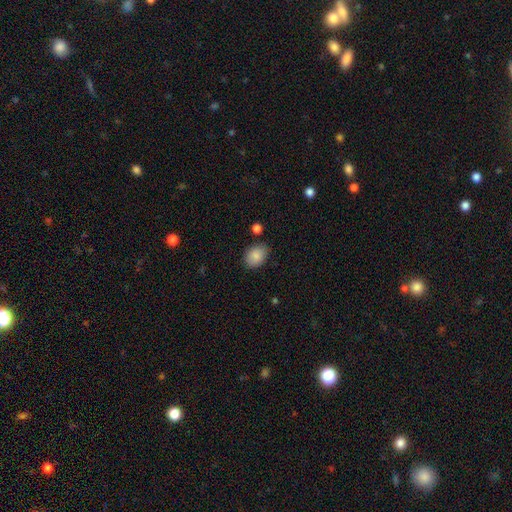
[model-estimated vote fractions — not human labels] This is clearly a smooth galaxy (87%). How rounded: likely in between (74%). Merging: clearly none (81%).